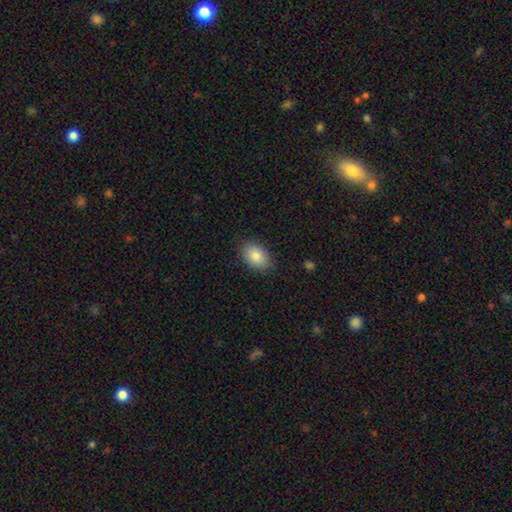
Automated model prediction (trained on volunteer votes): Overall: smooth (86%). How rounded: in between (86%). Merging: none (85%).